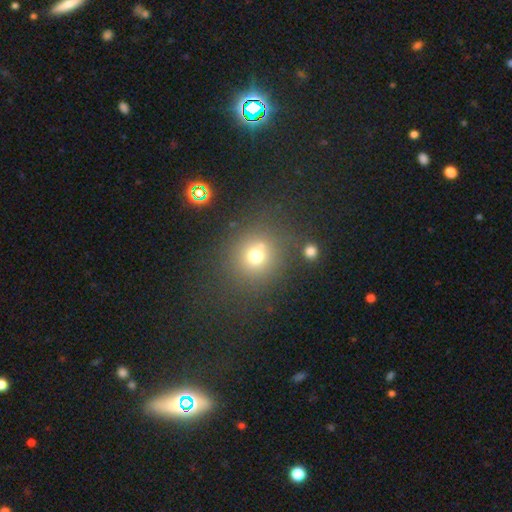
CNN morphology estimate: Smooth or featured? smooth (71%)
How rounded? round (85%)
Merging? none (74%)